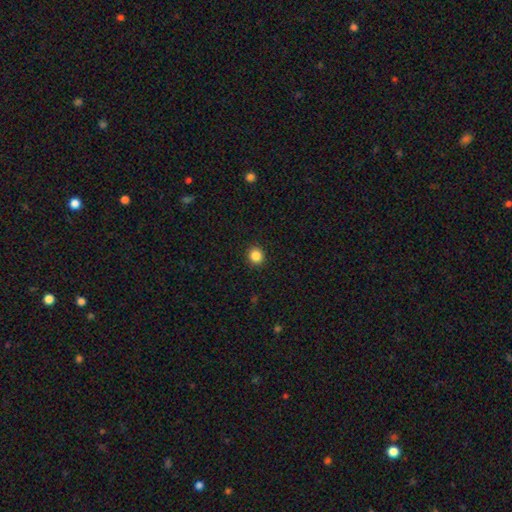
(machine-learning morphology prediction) Q: Smooth or featured?
A: smooth (86%); runner-up: star or artifact (11%)
Q: How rounded?
A: round (89%); runner-up: in between (11%)
Q: Merging?
A: none (92%); runner-up: minor disturbance (5%)